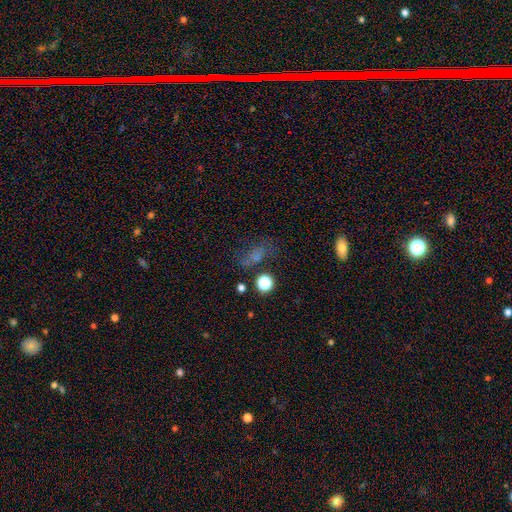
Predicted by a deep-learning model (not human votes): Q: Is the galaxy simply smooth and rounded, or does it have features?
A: smooth — 53%.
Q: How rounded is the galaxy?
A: in between — 66%.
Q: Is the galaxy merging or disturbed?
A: none — 50%.